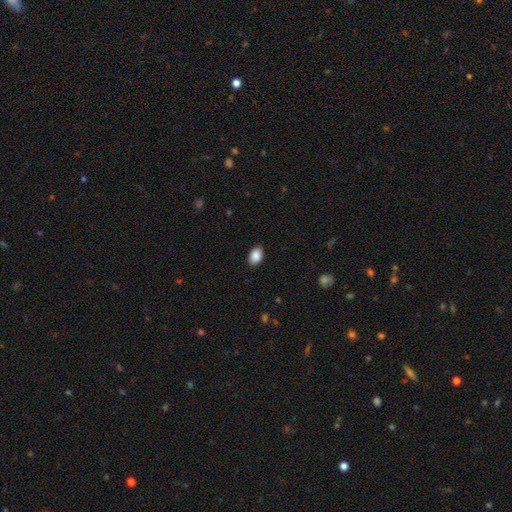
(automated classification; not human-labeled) smooth 89%, star or artifact 7%, featured or disk 3%. Down the decision tree: how rounded — in between (84%); merging — none (88%).